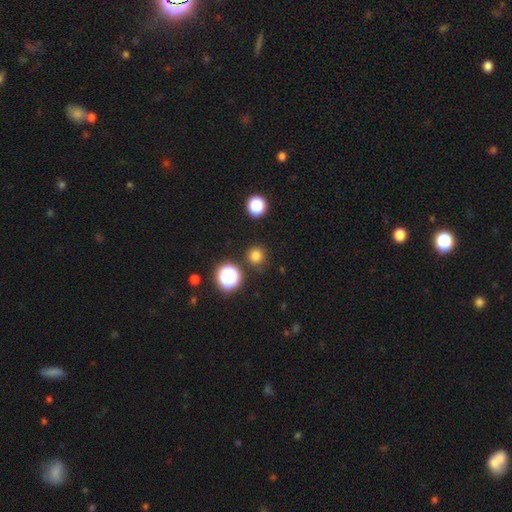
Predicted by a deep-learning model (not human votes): Q: Smooth or featured?
A: smooth (77%); runner-up: star or artifact (18%)
Q: How rounded?
A: round (94%); runner-up: in between (5%)
Q: Merging?
A: none (88%); runner-up: minor disturbance (7%)